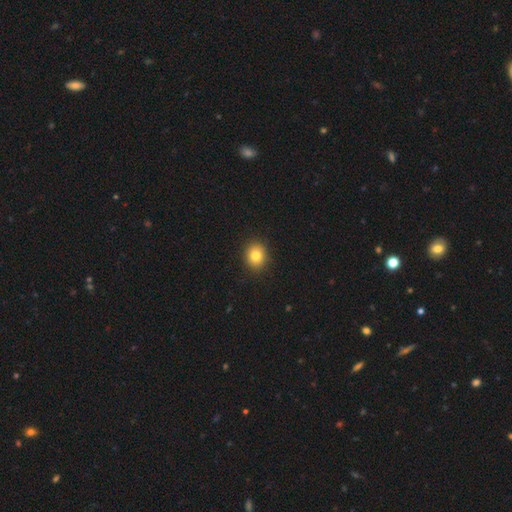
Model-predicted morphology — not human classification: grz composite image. It shows a smooth galaxy with no disk features (81%) that is round (69%). Merging: none (91%).